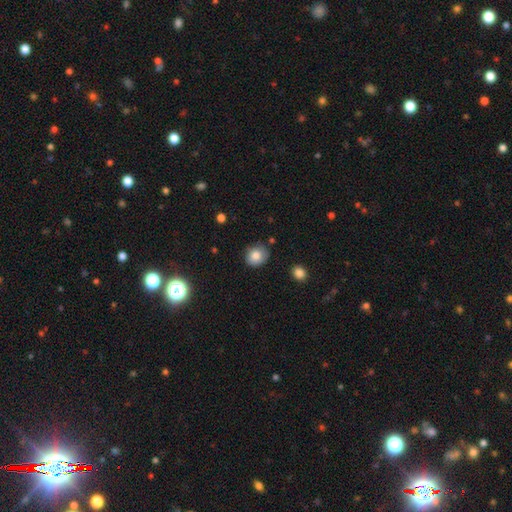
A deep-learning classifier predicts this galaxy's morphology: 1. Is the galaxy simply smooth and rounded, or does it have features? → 80% smooth, 10% star or artifact, 10% featured or disk.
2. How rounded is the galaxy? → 72% round, 27% in between, 1% cigar-shaped.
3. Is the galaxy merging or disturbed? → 79% none, 16% minor disturbance, 3% major disturbance, 2% merger.